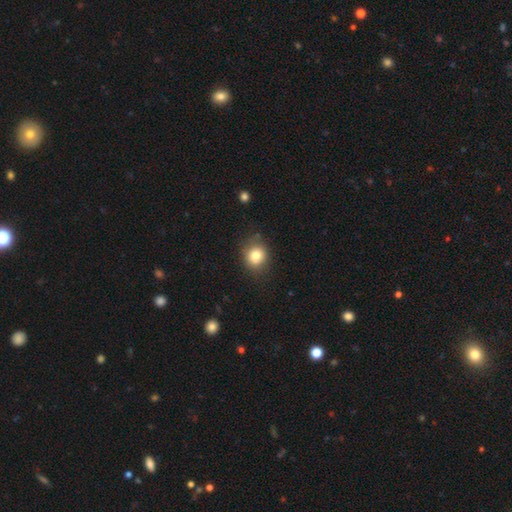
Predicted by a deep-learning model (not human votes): A smooth galaxy with no disk features (80%) that is round (70%). Merging: none (79%).